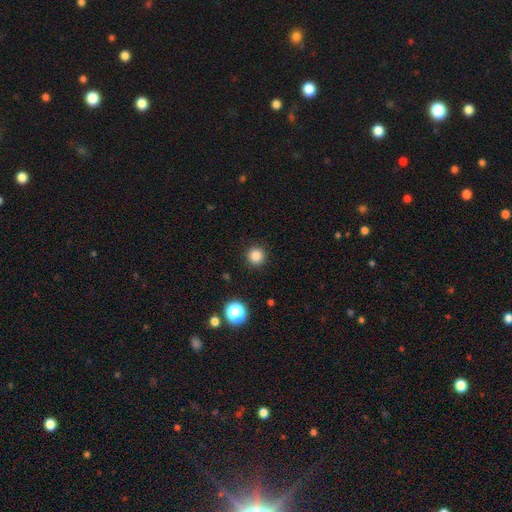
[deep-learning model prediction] smooth 84%, star or artifact 12%, featured or disk 4%. Down the decision tree: how rounded — round (96%); merging — none (91%).